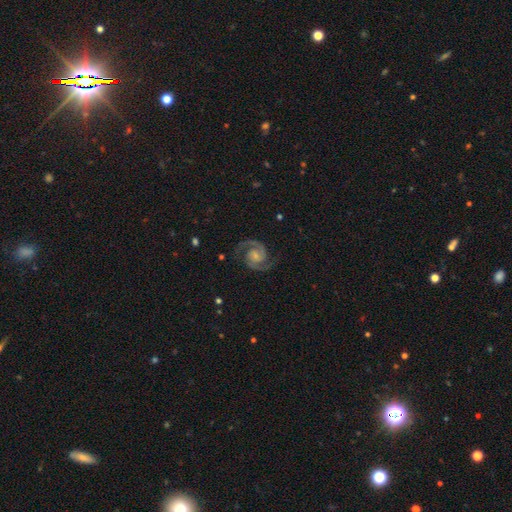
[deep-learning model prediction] Q: Smooth or featured?
A: featured or disk (92%); runner-up: star or artifact (5%)
Q: Edge-on disk?
A: no (98%); runner-up: yes (2%)
Q: Bar?
A: no (62%); runner-up: weak (30%)
Q: Spiral arms?
A: yes (99%); runner-up: no (1%)
Q: Spiral winding?
A: medium (60%); runner-up: tight (29%)
Q: Spiral arm count?
A: 2 (94%); runner-up: can't tell (1%)
Q: Bulge size?
A: small (54%); runner-up: moderate (29%)
Q: Merging?
A: none (83%); runner-up: minor disturbance (11%)